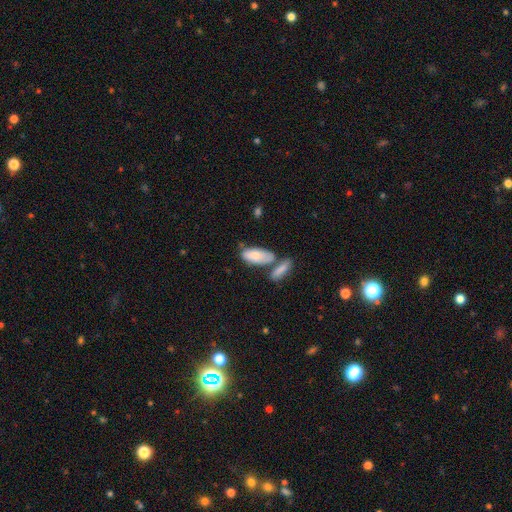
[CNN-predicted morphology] smooth-or-featured: smooth: 79% | featured or disk: 15% | star or artifact: 6%
  how-rounded: in between: 84% | cigar-shaped: 14% | round: 2%
  merging: none: 44% | merger: 33% | minor disturbance: 17% | major disturbance: 6%